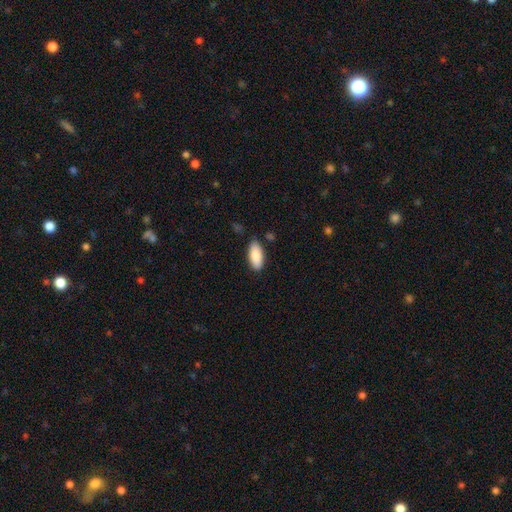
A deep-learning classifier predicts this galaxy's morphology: Overall: smooth (86%). How rounded: in between (88%). Merging: none (84%).